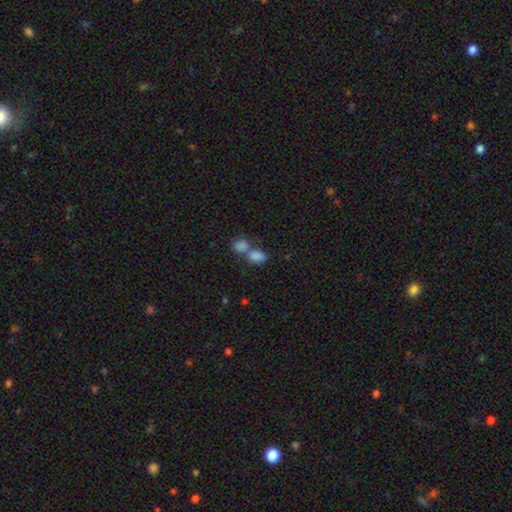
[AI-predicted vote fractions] Morphology: type=smooth (82%); roundness=in between (83%); merging=merger (61%).